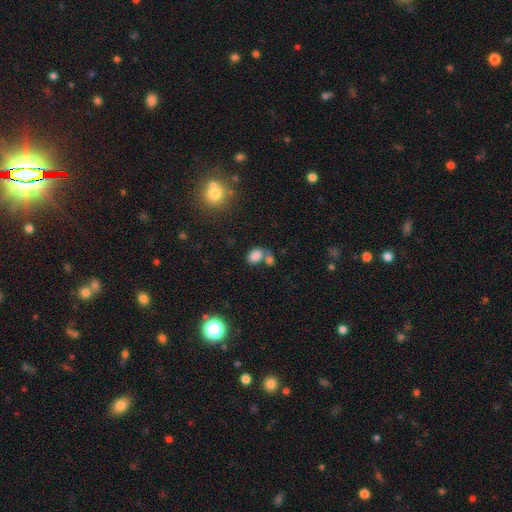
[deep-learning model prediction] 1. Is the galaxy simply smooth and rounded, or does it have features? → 80% smooth, 12% star or artifact, 7% featured or disk.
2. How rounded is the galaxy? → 77% in between, 22% round, 1% cigar-shaped.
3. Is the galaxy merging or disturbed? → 47% none, 34% merger, 13% minor disturbance, 6% major disturbance.